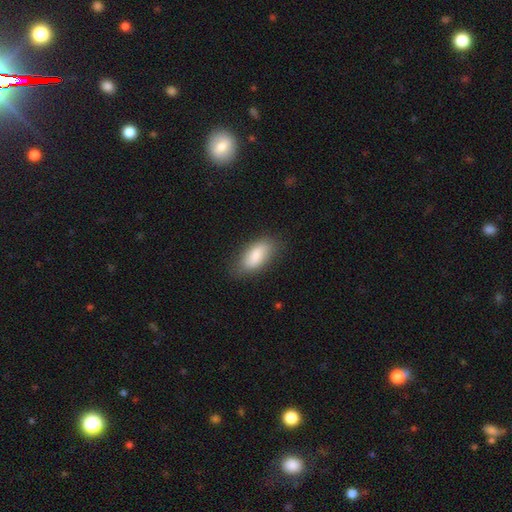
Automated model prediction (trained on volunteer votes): Overall: smooth (79%). How rounded: in between (88%). Merging: none (76%).